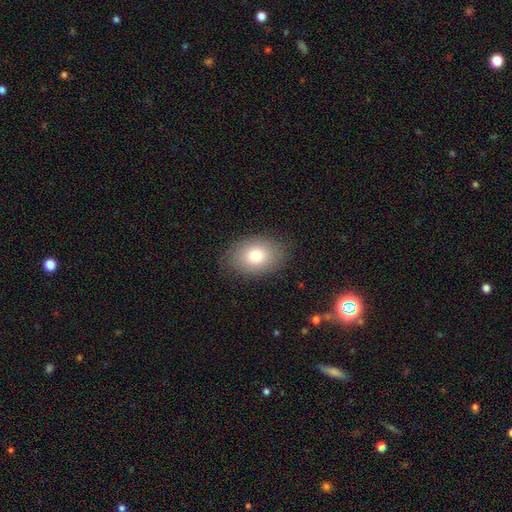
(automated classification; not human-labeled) Overall: smooth (79%). How rounded: in between (76%). Merging: none (84%).